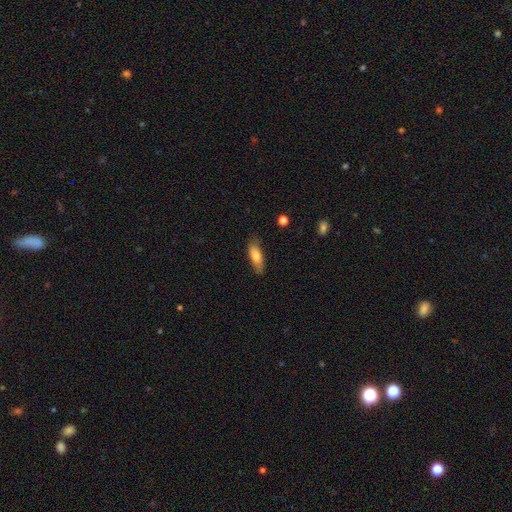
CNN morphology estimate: A smooth galaxy with no disk features (74%) that is in between round and cigar-shaped (54%). Merging: none (78%).